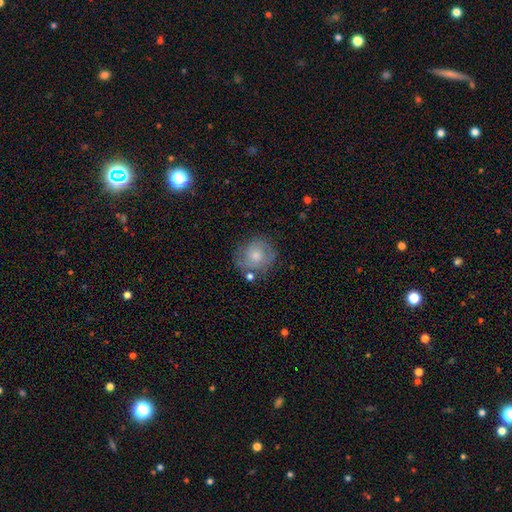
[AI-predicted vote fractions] smooth 63%, featured or disk 29%, star or artifact 8%. Down the decision tree: how rounded — round (87%); merging — none (68%).